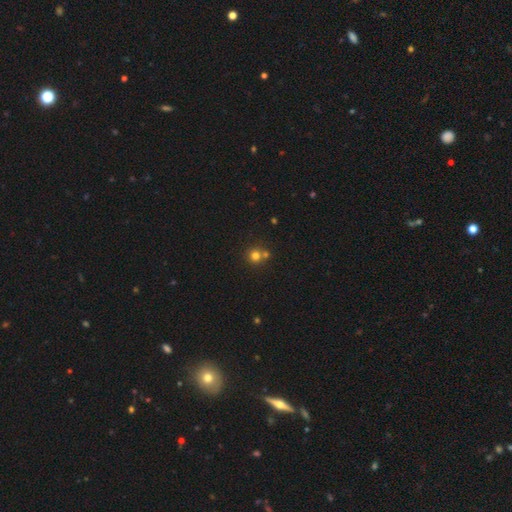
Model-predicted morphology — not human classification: smooth-or-featured: smooth: 75% | star or artifact: 16% | featured or disk: 9%
  how-rounded: round: 92% | in between: 7% | cigar-shaped: 1%
  merging: none: 61% | merger: 29% | minor disturbance: 7% | major disturbance: 2%